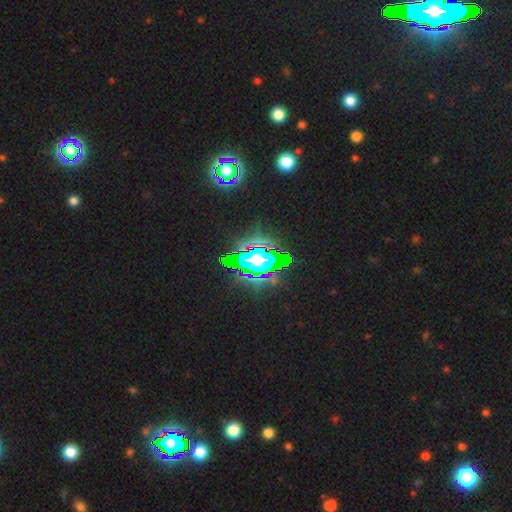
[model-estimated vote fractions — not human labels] This is likely a star or artifact rather than a galaxy (64%).